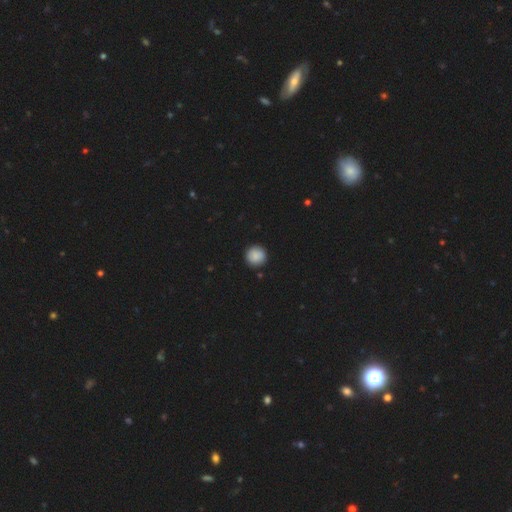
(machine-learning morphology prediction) The model was most divided on "smooth or featured": smooth: 85%, star or artifact: 8%, featured or disk: 7%. More confident: how rounded — round (95%); merging — none (90%).